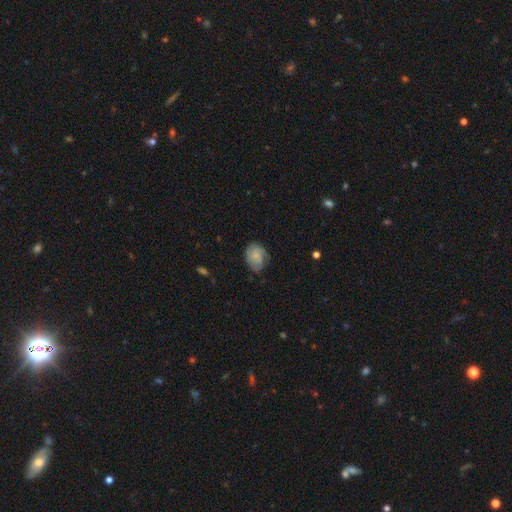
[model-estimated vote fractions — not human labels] Smooth or featured? Predicted: smooth (p=0.61). How rounded? Predicted: in between (p=0.60). Merging? Predicted: none (p=0.63).